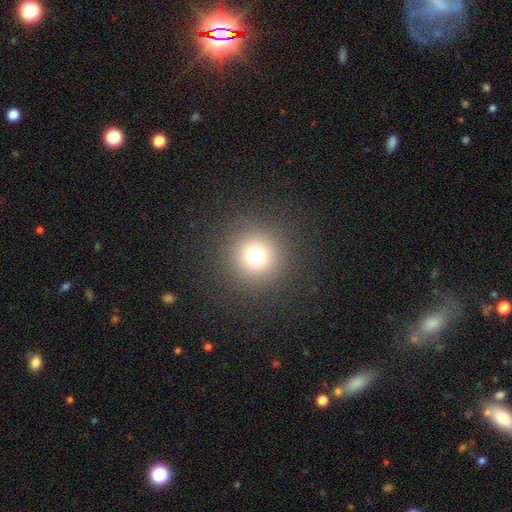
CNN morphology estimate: This is likely a smooth galaxy (74%). How rounded: clearly round (95%). Merging: clearly none (90%).